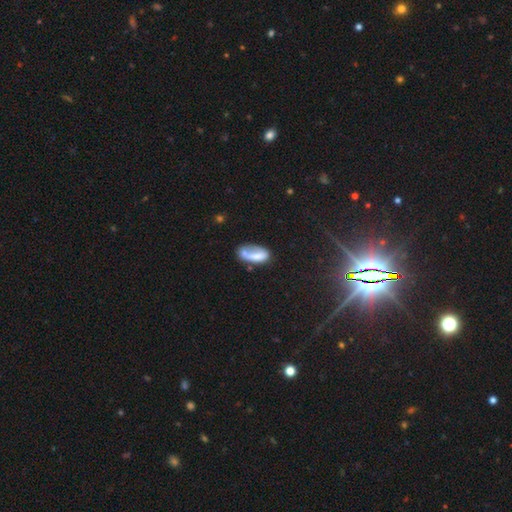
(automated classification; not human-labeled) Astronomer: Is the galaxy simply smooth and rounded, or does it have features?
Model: smooth — 65%.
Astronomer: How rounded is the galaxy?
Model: in between — 80%.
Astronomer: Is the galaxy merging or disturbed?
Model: none — 36% (runner-up: minor disturbance, 24%).